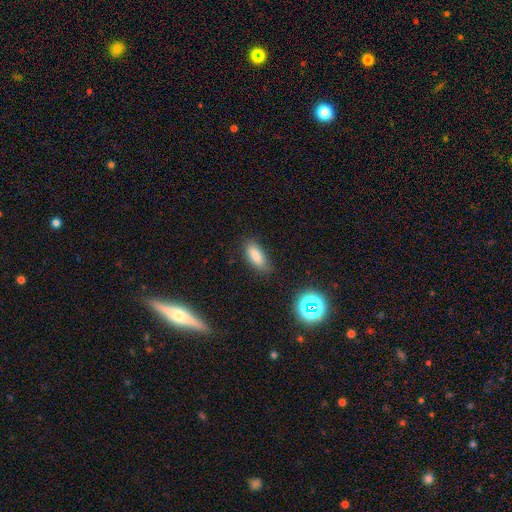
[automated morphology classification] smooth 82%, star or artifact 10%, featured or disk 7%. Down the decision tree: how rounded — in between (78%); merging — none (81%).